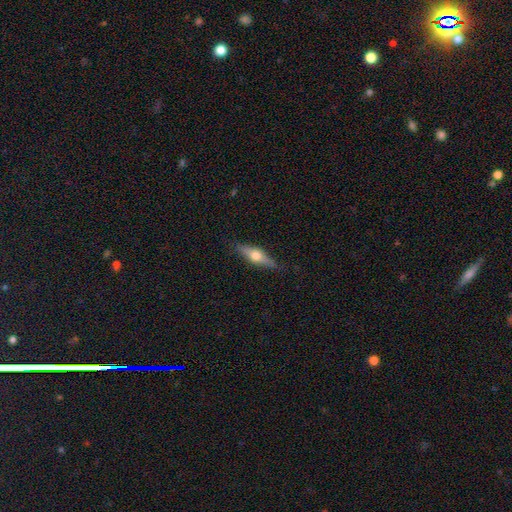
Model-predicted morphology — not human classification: Smooth or featured? featured or disk (55%)
Edge-on disk? yes (92%)
Edge-on bulge? rounded (94%)
Merging? none (83%)